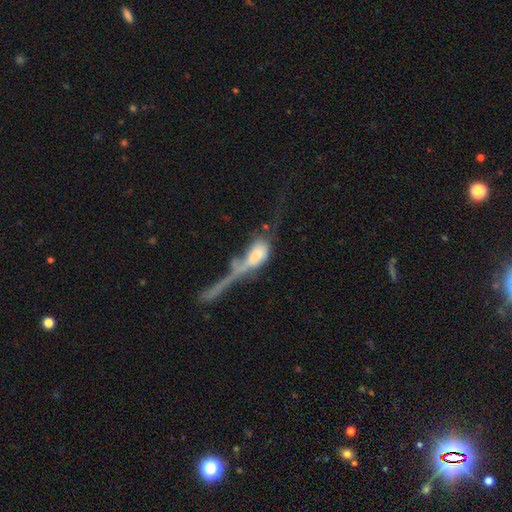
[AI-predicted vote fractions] smooth-or-featured: smooth: 58% | featured or disk: 32% | star or artifact: 10%
  how-rounded: in between: 77% | cigar-shaped: 15% | round: 7%
  merging: merger: 47% | major disturbance: 30% | none: 13% | minor disturbance: 10%